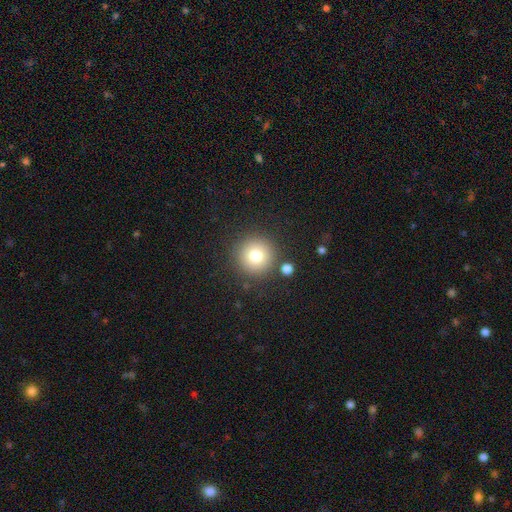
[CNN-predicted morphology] Smooth or featured? smooth (77%)
How rounded? round (96%)
Merging? none (86%)